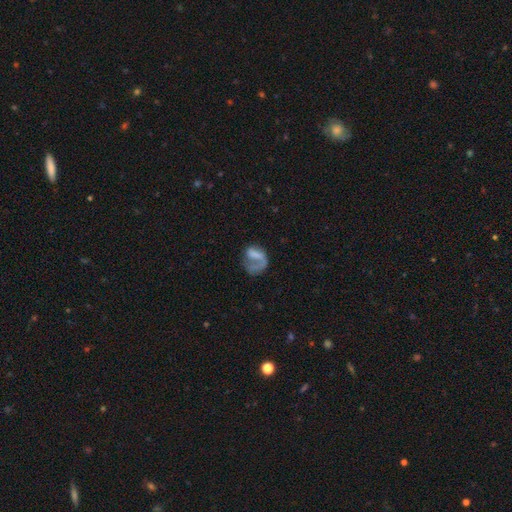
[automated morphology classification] A featured or disk galaxy (47%).

Vote fractions:
- Smooth or featured? featured or disk: 47% / smooth: 44% / star or artifact: 9%
- Merging? major disturbance: 47% / none: 31% / minor disturbance: 17% / merger: 5%